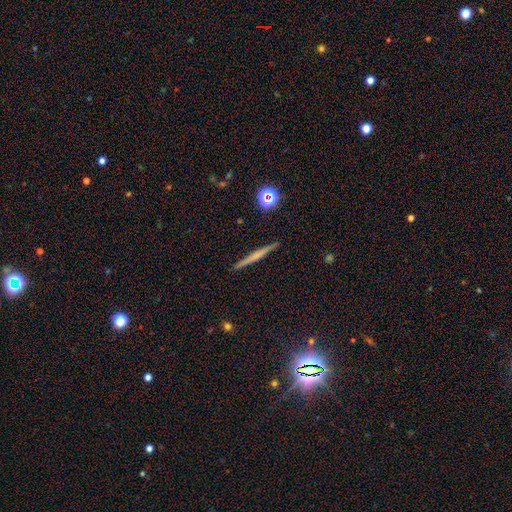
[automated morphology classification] Overall: featured or disk (50%; smooth 39%). Merging: none (91%).